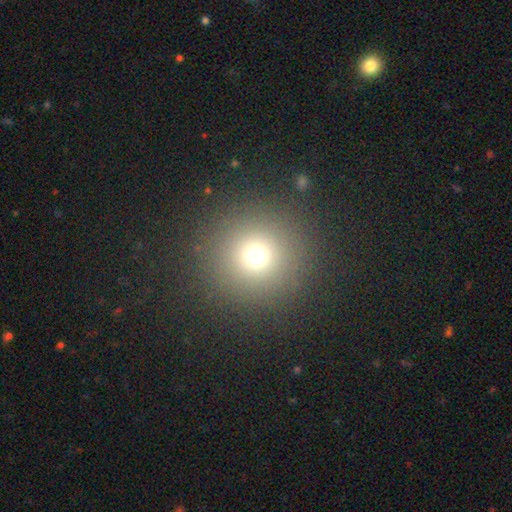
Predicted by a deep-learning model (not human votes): Q: Smooth or featured?
A: smooth (70%); runner-up: star or artifact (22%)
Q: How rounded?
A: round (95%); runner-up: in between (4%)
Q: Merging?
A: none (89%); runner-up: minor disturbance (6%)